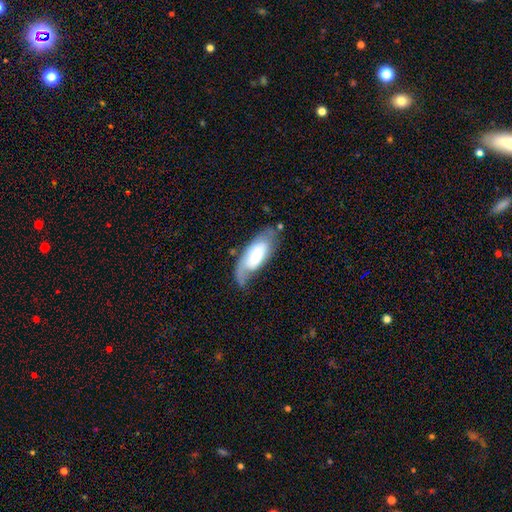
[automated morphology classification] featured or disk 53%, smooth 41%, star or artifact 6%. Down the decision tree: edge-on disk — no (86%); merging — none (51%).